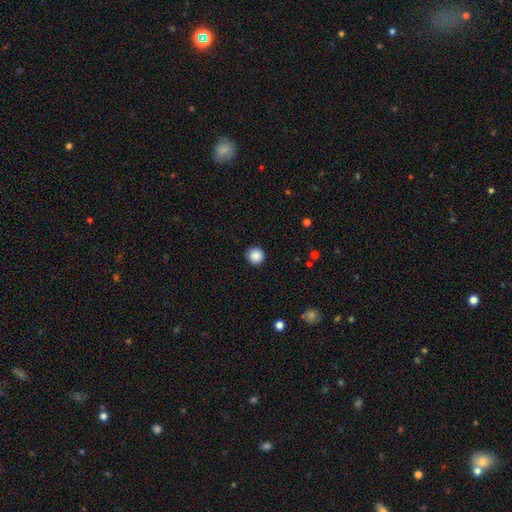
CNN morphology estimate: smooth 88%, star or artifact 9%, featured or disk 3%. Down the decision tree: how rounded — round (96%); merging — none (93%).